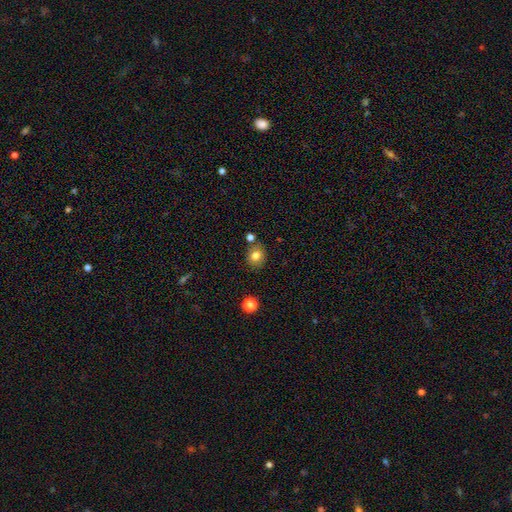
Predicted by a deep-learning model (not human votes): A smooth galaxy with no disk features (79%) that is round (70%). Merging: none (77%).